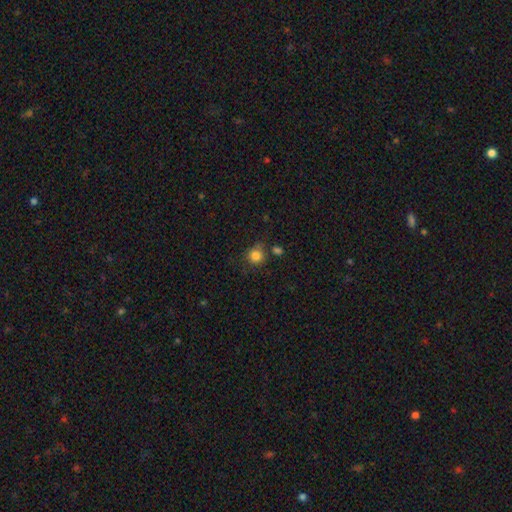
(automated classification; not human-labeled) Smooth or featured? Predicted: smooth (p=0.82). How rounded? Predicted: round (p=0.87). Merging? Predicted: none (p=0.69).